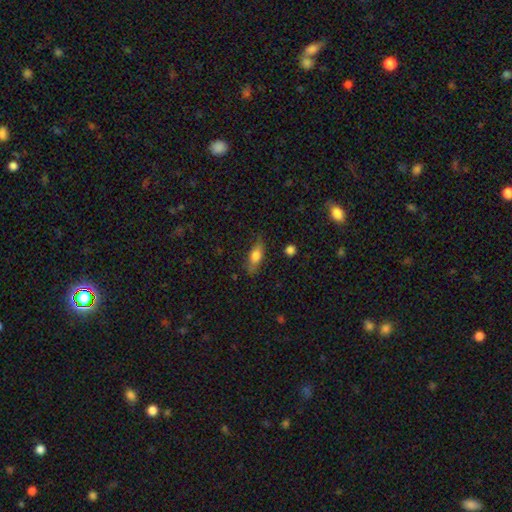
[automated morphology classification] Smooth or featured: smooth — 69% (featured or disk — 24%)
How rounded: in between — 64% (cigar-shaped — 32%)
Merging: none — 75% (minor disturbance — 18%)